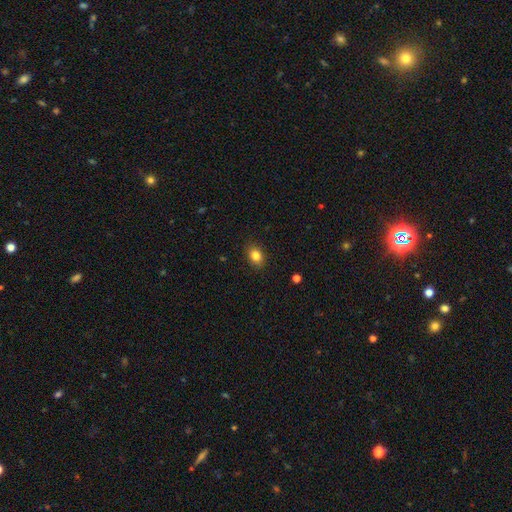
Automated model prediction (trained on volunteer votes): This appears to be a smooth galaxy with no disk features (84%) that is in between round and cigar-shaped (69%). Merging: none (87%).